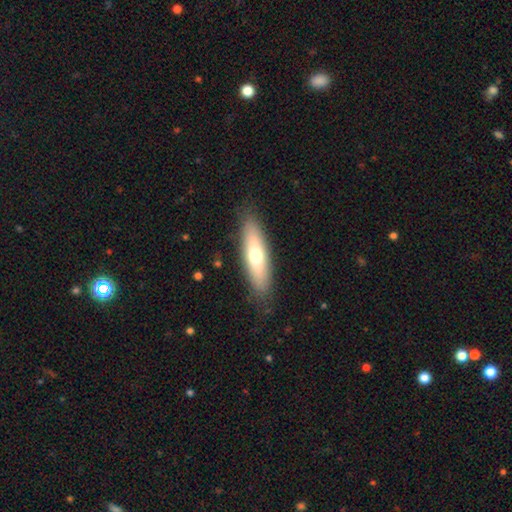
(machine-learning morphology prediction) type=smooth (62%); roundness=cigar-shaped (55%); merging=none (86%).